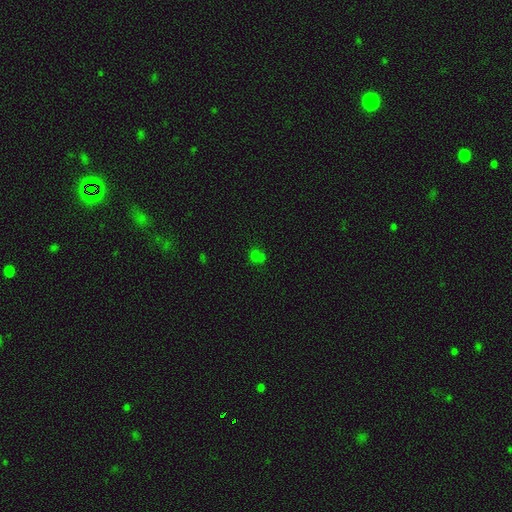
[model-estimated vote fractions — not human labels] Smooth or featured? Predicted: smooth (p=0.61). How rounded? Predicted: round (p=0.78). Merging? Predicted: none (p=0.57).